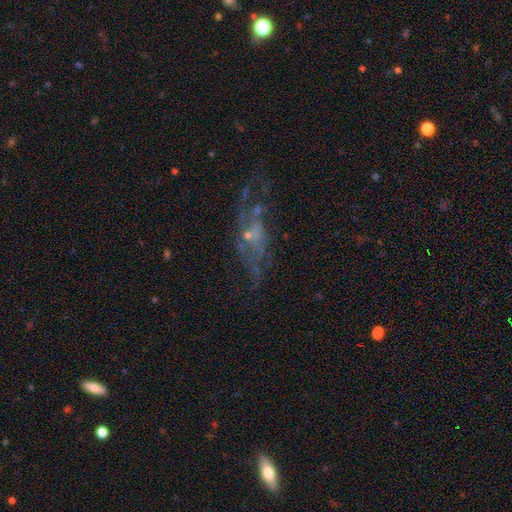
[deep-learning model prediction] Q: Smooth or featured?
A: featured or disk (52%); runner-up: star or artifact (26%)
Q: Edge-on disk?
A: no (76%); runner-up: yes (24%)
Q: Merging?
A: none (57%); runner-up: major disturbance (20%)